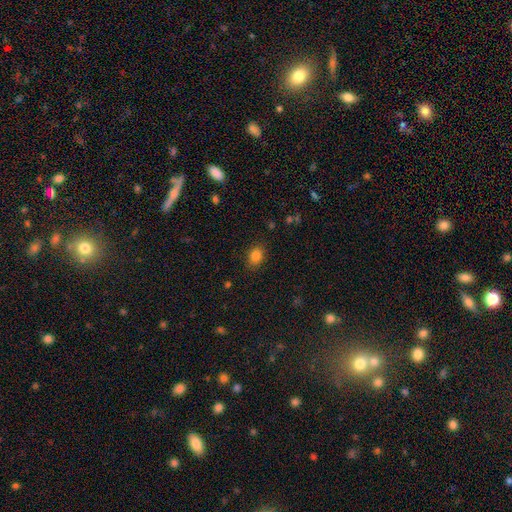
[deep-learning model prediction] Smooth or featured?
  - smooth: 83% *
  - star or artifact: 11%
  - featured or disk: 6%
How rounded?
  - in between: 71% *
  - round: 28%
  - cigar-shaped: 1%
Merging?
  - none: 87% *
  - minor disturbance: 10%
  - major disturbance: 3%
  - merger: 1%